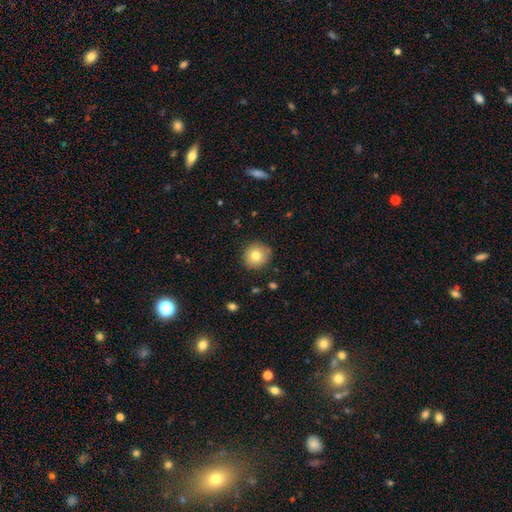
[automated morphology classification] Smooth or featured? Predicted: smooth (p=0.80). How rounded? Predicted: round (p=0.93). Merging? Predicted: none (p=0.88).